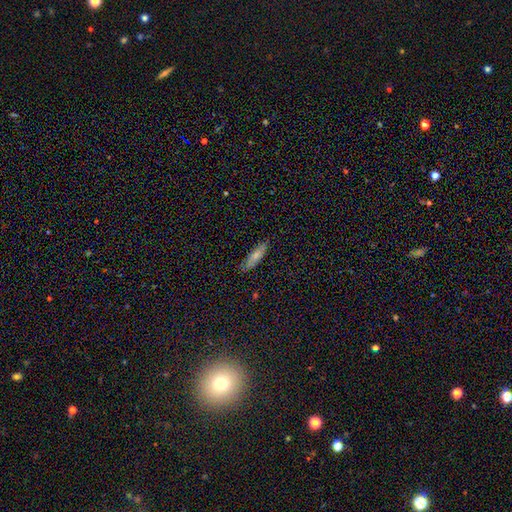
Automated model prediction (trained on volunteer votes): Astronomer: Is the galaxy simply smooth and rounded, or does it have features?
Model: smooth — 74%.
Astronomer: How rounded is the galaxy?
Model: cigar-shaped — 58% (runner-up: in between, 40%).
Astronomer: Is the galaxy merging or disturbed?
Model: none — 83%.